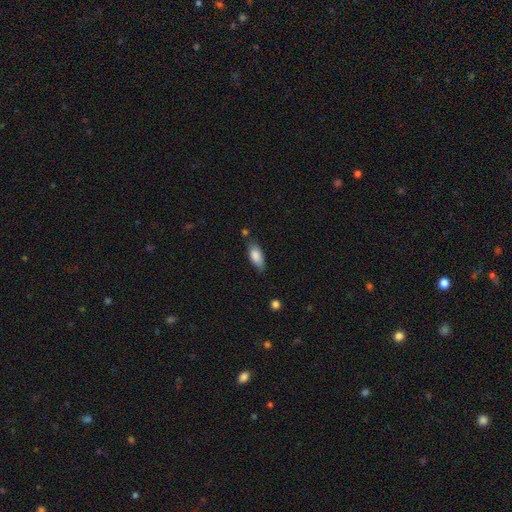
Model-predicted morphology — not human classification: A smooth galaxy with no disk features (83%) that is in between round and cigar-shaped (84%).

Vote fractions:
- Smooth or featured? smooth: 83% / featured or disk: 11% / star or artifact: 6%
- How rounded? in between: 84% / cigar-shaped: 14% / round: 2%
- Merging? none: 68% / minor disturbance: 24% / merger: 4% / major disturbance: 4%